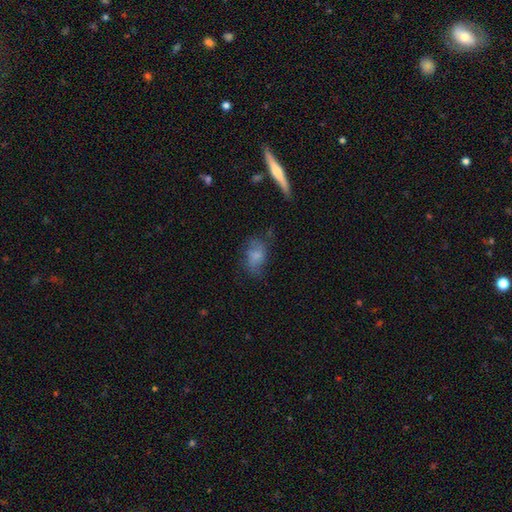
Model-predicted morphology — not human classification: smooth 69%, featured or disk 21%, star or artifact 10%. Down the decision tree: how rounded — in between (82%); merging — none (53%).